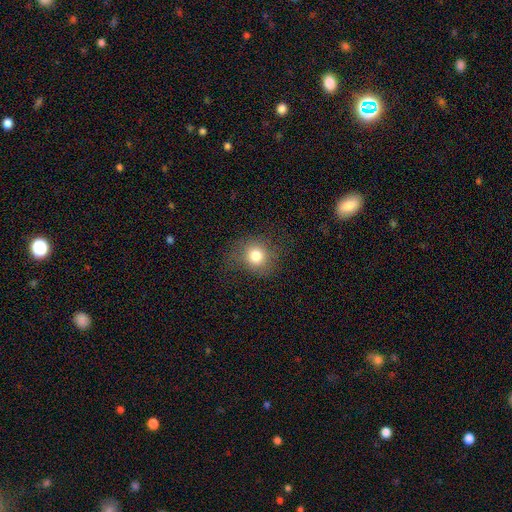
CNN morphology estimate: Smooth or featured? smooth (78%)
How rounded? round (81%)
Merging? none (73%)